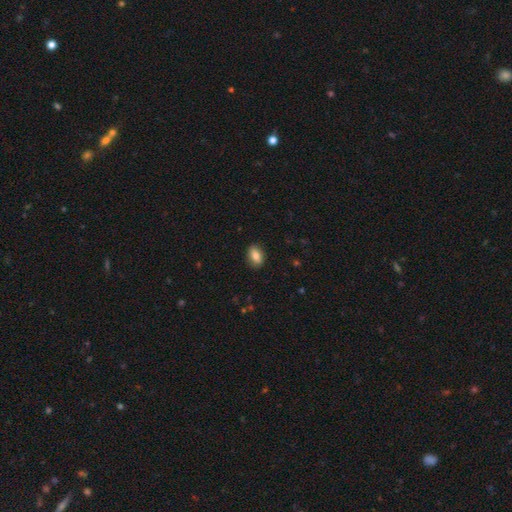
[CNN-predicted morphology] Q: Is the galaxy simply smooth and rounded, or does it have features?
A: smooth — 82%.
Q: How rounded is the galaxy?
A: in between — 84%.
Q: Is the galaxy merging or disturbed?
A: none — 88%.